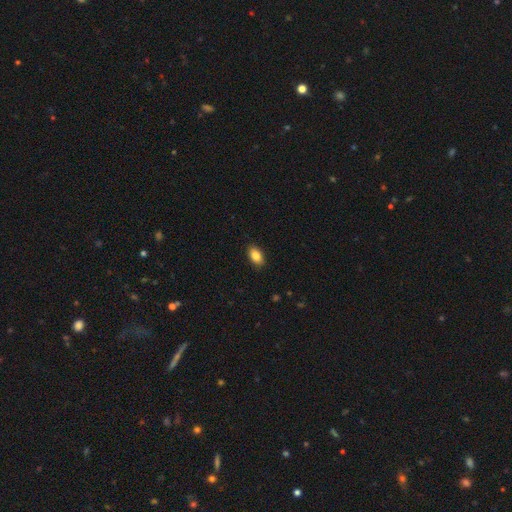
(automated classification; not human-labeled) This is clearly a smooth galaxy (86%). How rounded: clearly in between (91%). Merging: clearly none (89%).